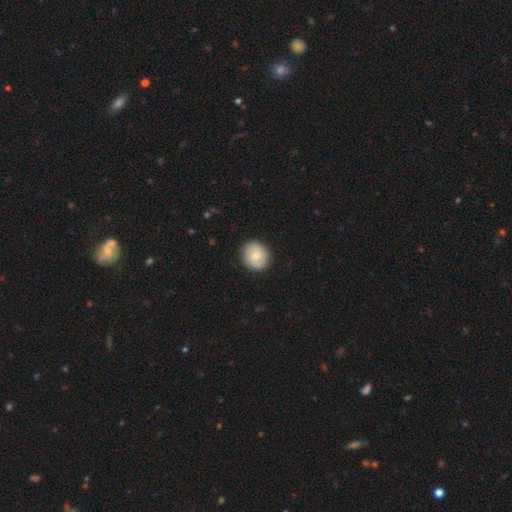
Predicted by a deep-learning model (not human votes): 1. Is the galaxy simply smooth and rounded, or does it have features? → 68% smooth, 26% featured or disk, 7% star or artifact.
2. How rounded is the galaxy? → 82% round, 17% in between, 1% cigar-shaped.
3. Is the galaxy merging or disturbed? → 87% none, 10% minor disturbance, 2% major disturbance, 1% merger.